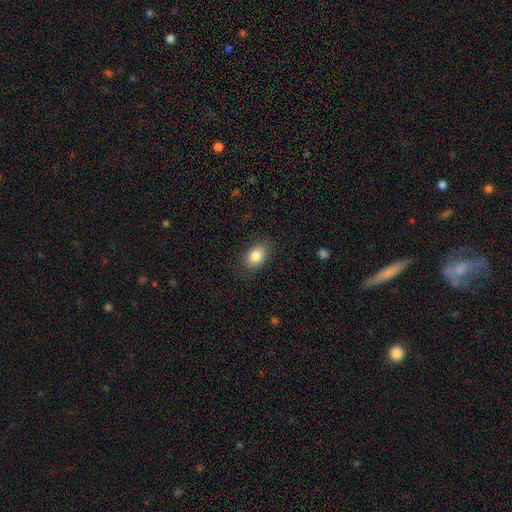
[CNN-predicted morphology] smooth-or-featured: smooth: 83% | featured or disk: 9% | star or artifact: 8%
  how-rounded: in between: 81% | round: 17% | cigar-shaped: 1%
  merging: none: 83% | minor disturbance: 12% | major disturbance: 4% | merger: 1%